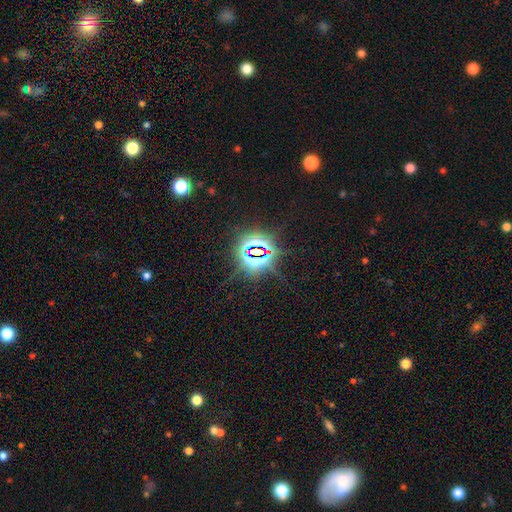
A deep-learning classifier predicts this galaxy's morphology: This is clearly a star or artifact rather than a galaxy (83%).